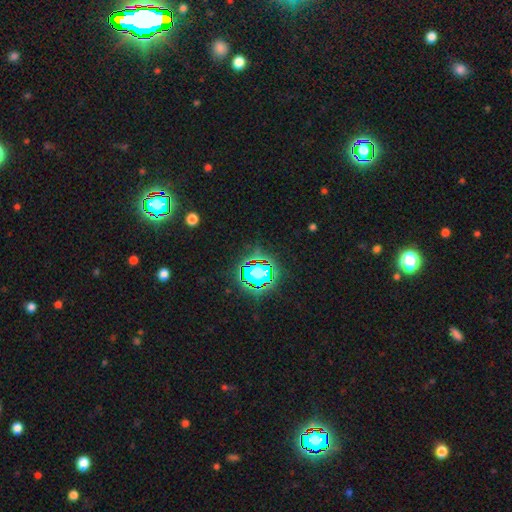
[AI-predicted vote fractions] star or artifact 83%, smooth 10%, featured or disk 7%.